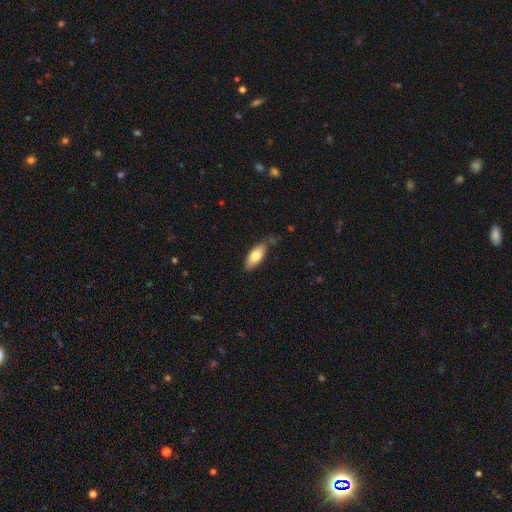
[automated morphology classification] This is likely a smooth galaxy (77%). How rounded: likely in between (79%). Merging: likely none (71%).